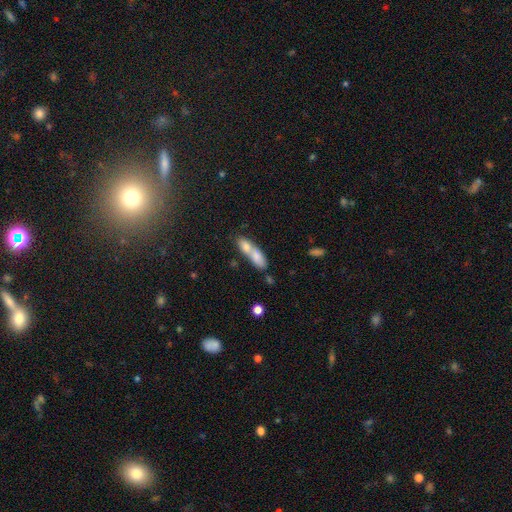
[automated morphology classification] A smooth galaxy with no disk features (73%) that is in between round and cigar-shaped (59%). Merging: merger (68%).